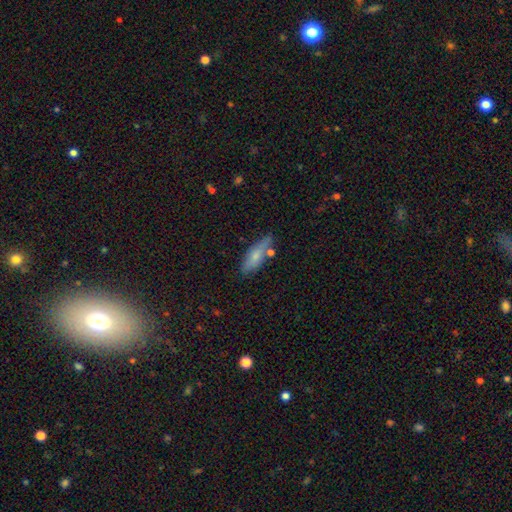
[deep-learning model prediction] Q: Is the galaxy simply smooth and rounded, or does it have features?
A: smooth — 69%.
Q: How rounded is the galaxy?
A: in between — 50%.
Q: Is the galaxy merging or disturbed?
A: none — 70%.